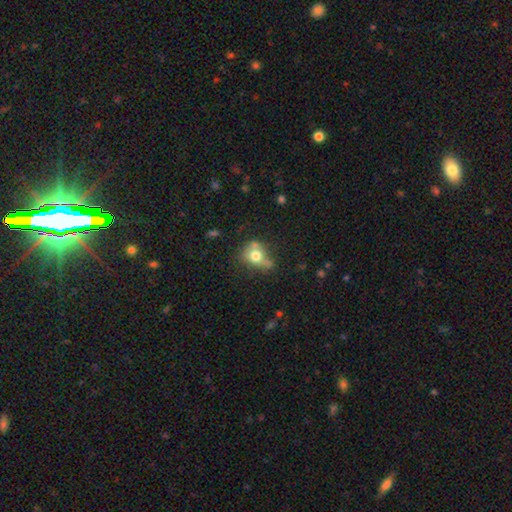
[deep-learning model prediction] Smooth or featured? smooth (69%)
How rounded? round (60%)
Merging? none (37%)